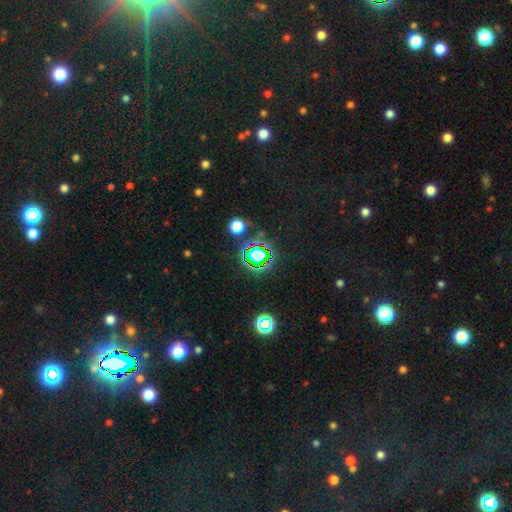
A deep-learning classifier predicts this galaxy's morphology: Q: Smooth or featured?
A: star or artifact (69%); runner-up: smooth (21%)